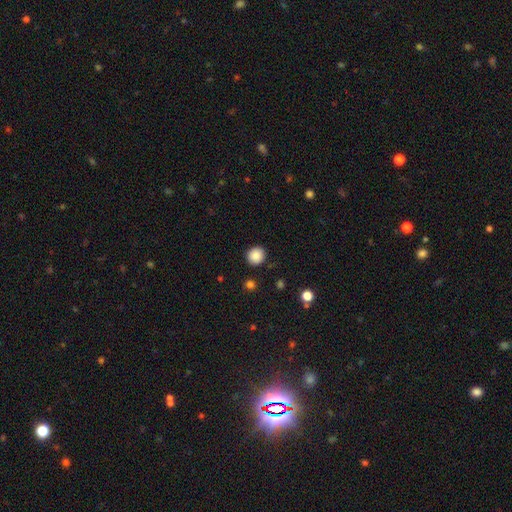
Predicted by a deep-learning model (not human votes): smooth 87%, star or artifact 9%, featured or disk 4%. Down the decision tree: how rounded — round (86%); merging — none (89%).